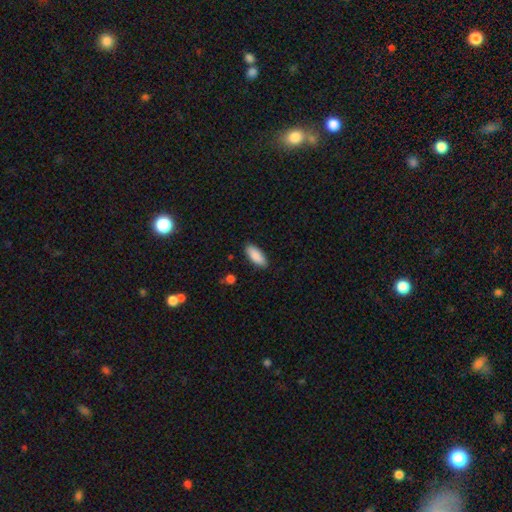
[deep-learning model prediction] This appears to be a smooth galaxy with no disk features (89%) that is in between round and cigar-shaped (78%). Merging: none (88%).